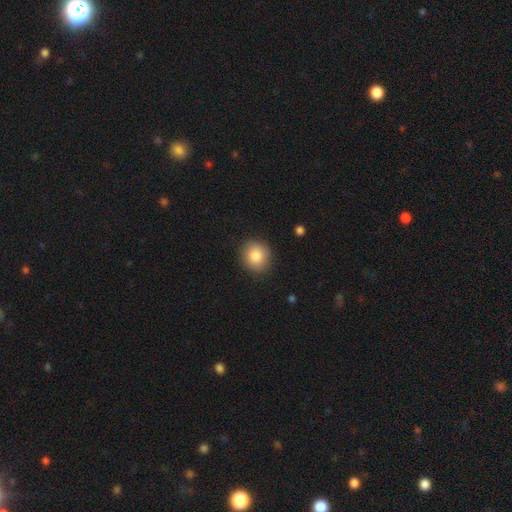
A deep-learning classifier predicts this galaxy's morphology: Smooth or featured? smooth (85%)
How rounded? round (83%)
Merging? none (88%)